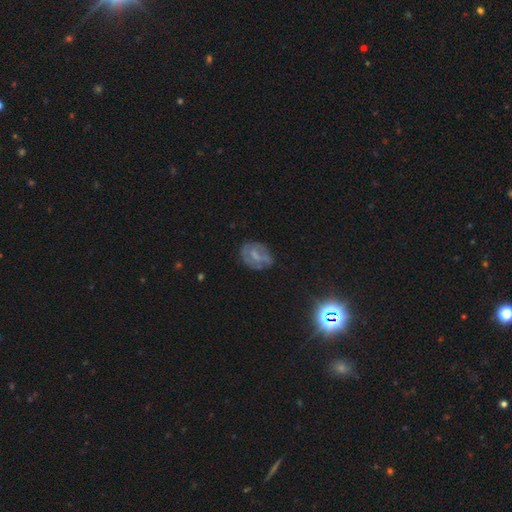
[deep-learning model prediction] smooth-or-featured: featured or disk: 50% | smooth: 36% | star or artifact: 14%
  disk-edge-on: no: 96% | yes: 4%
  merging: none: 61% | minor disturbance: 24% | major disturbance: 13% | merger: 2%